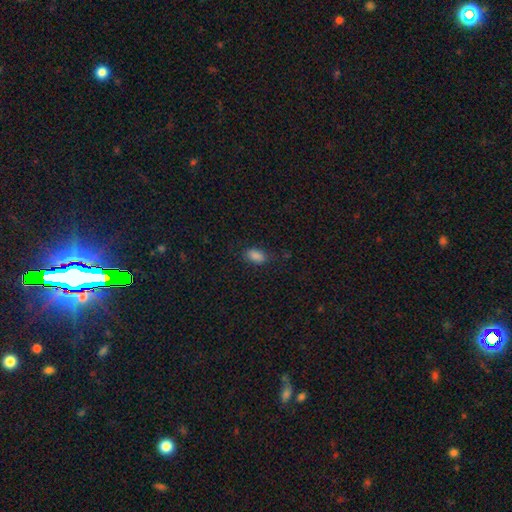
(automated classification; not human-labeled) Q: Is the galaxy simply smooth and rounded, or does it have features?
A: smooth — 85%.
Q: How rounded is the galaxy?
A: in between — 91%.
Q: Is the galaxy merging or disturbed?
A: none — 80%.